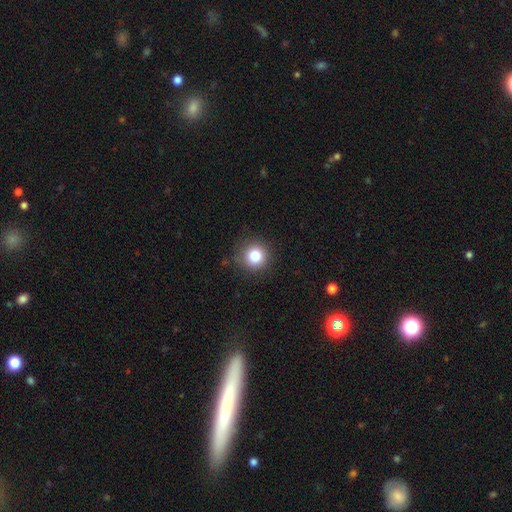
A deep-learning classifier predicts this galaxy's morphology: smooth_or_featured: smooth (p=0.82) [alt: star or artifact p=0.11]
how_rounded: round (p=0.93) [alt: in between p=0.06]
merging: none (p=0.87) [alt: minor disturbance p=0.09]